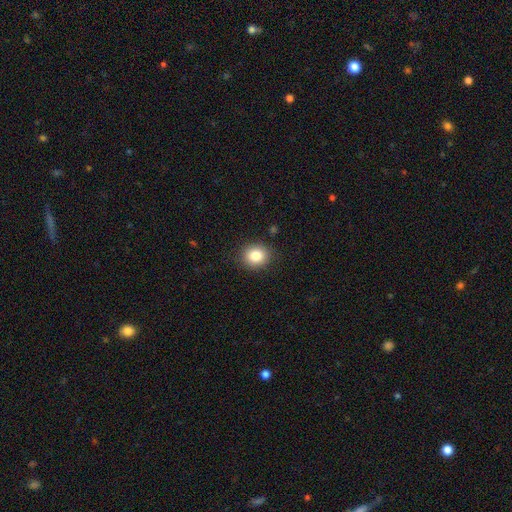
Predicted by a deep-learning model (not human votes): Morphology: type=smooth (84%); roundness=round (74%); merging=none (88%).